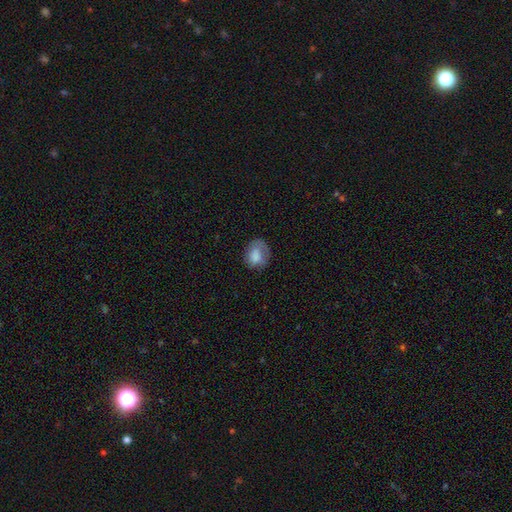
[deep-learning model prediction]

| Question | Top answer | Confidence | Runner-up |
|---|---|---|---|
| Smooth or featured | smooth | 74% | featured or disk (18%) |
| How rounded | in between | 53% | round (46%) |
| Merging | none | 52% | minor disturbance (28%) |